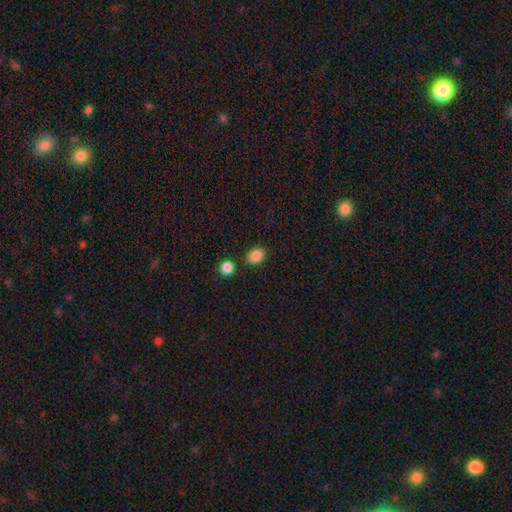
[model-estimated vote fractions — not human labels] Smooth or featured? Predicted: smooth (p=0.87). How rounded? Predicted: in between (p=0.66). Merging? Predicted: none (p=0.82).